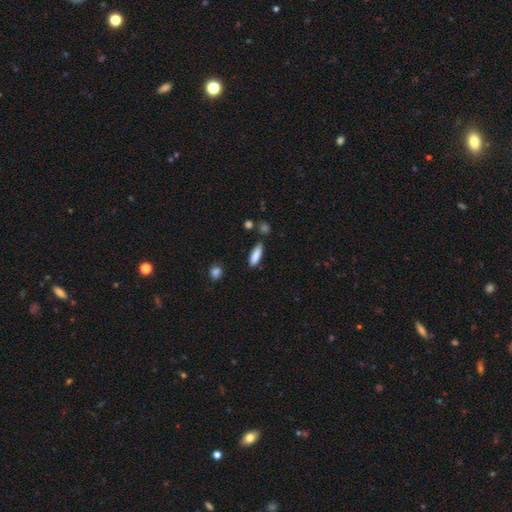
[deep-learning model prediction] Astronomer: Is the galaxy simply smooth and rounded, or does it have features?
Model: smooth — 86%.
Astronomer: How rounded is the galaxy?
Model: cigar-shaped — 50% (runner-up: in between, 48%).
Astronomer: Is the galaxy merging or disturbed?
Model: none — 78%.